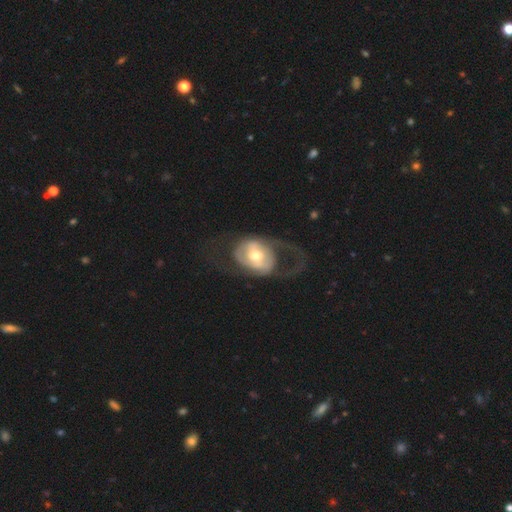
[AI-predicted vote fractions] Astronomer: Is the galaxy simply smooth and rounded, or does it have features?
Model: featured or disk — 68%.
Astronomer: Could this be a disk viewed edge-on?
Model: no — 95%.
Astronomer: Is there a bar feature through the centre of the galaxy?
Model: no — 49% (runner-up: weak, 34%).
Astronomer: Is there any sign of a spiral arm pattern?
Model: yes — 61% (runner-up: no, 39%).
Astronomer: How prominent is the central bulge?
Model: moderate — 68%.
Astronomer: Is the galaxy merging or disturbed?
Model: major disturbance — 47% (runner-up: none, 35%).